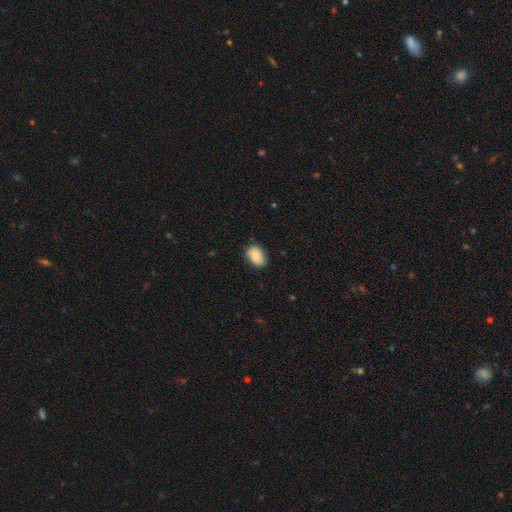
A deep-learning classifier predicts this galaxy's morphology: smooth-or-featured: smooth: 86% | featured or disk: 7% | star or artifact: 7%
  how-rounded: in between: 84% | round: 14% | cigar-shaped: 1%
  merging: none: 81% | minor disturbance: 16% | major disturbance: 3% | merger: 1%